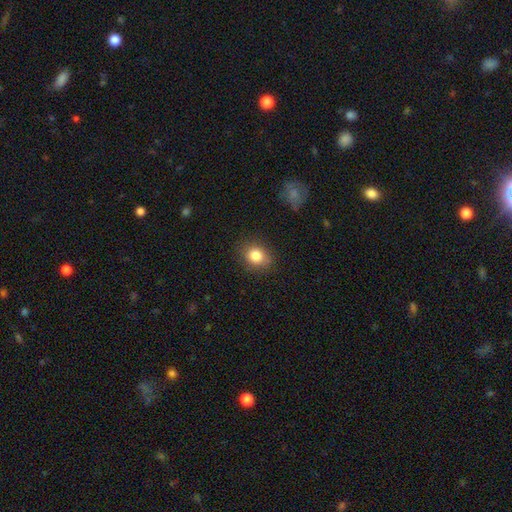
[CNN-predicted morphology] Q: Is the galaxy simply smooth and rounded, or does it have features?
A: smooth — 83%.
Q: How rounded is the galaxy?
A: round — 61%.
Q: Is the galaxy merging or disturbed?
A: none — 83%.